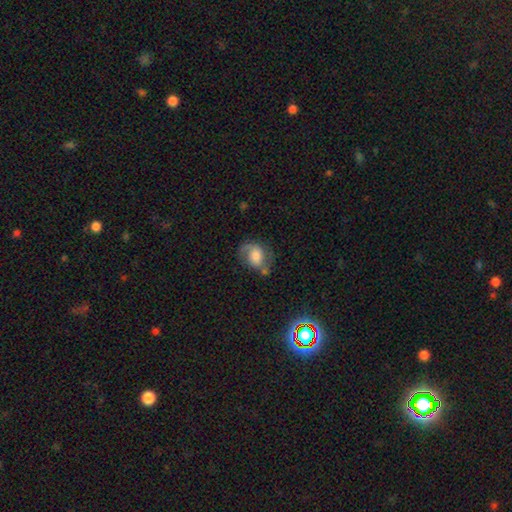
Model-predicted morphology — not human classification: Overall: smooth (45%, tied with featured or disk). Merging: none (51%; minor disturbance 26%).